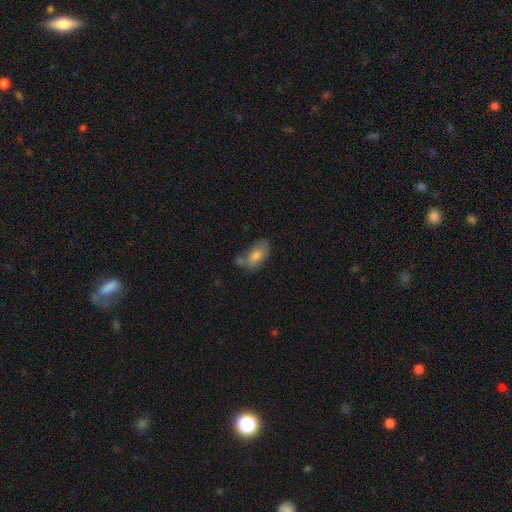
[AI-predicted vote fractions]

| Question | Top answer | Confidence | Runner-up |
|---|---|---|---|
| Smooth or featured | smooth | 72% | featured or disk (18%) |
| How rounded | in between | 90% | round (5%) |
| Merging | none | 48% | minor disturbance (25%) |